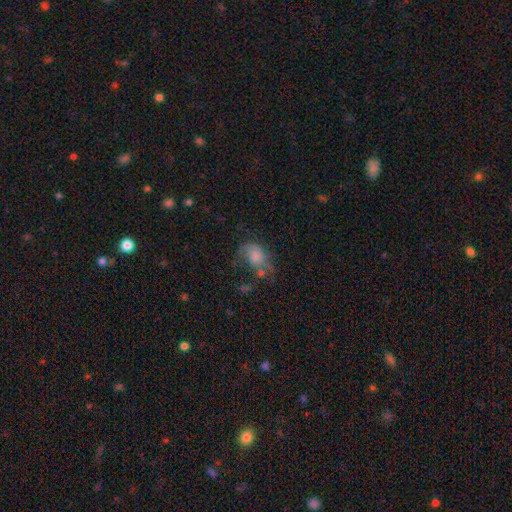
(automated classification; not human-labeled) Smooth or featured? smooth (58%)
How rounded? in between (66%)
Merging? major disturbance (35%)